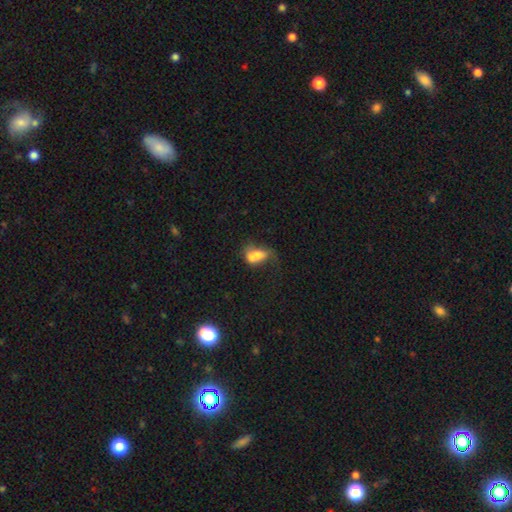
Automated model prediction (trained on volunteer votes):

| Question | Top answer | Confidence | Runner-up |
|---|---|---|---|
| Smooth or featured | smooth | 62% | featured or disk (27%) |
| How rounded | in between | 76% | round (18%) |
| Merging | merger | 47% | none (19%) |